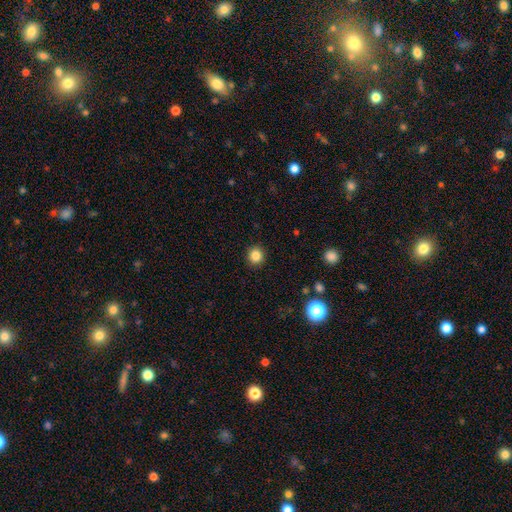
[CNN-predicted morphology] The model was most divided on "smooth or featured": smooth: 85%, star or artifact: 11%, featured or disk: 4%. More confident: merging — none (92%); how rounded — round (90%).